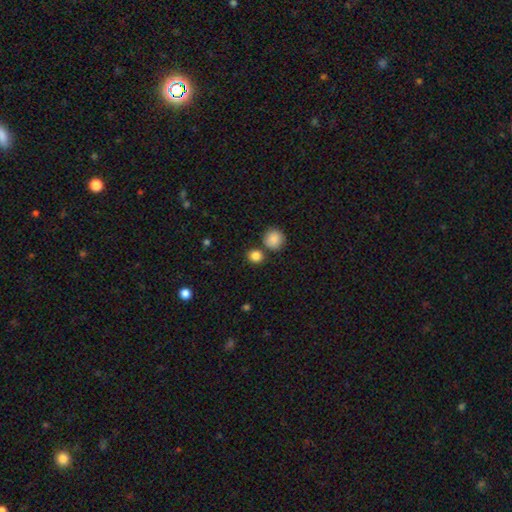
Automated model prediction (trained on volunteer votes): Smooth or featured? Predicted: smooth (p=0.85). How rounded? Predicted: round (p=0.81). Merging? Predicted: none (p=0.73).